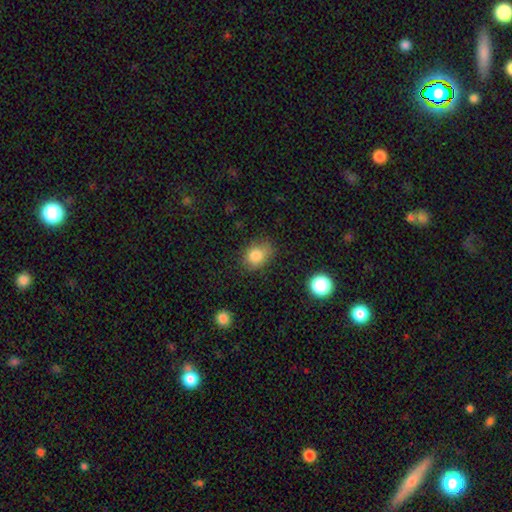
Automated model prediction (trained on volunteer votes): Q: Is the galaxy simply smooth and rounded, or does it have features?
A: smooth — 82%.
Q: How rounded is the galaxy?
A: in between — 60%.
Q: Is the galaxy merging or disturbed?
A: none — 66%.